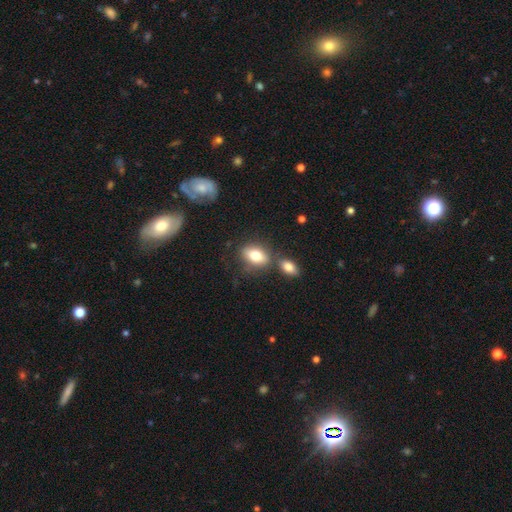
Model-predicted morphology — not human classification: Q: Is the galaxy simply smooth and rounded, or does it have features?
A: smooth — 79%.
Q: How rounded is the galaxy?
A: in between — 83%.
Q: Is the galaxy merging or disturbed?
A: none — 60%.